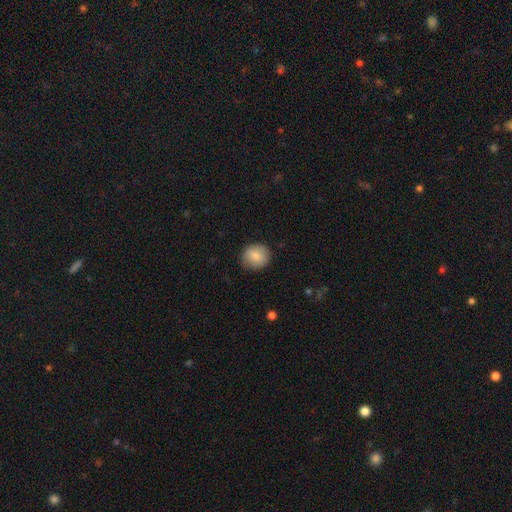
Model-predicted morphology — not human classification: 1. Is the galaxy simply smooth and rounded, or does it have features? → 84% smooth, 9% featured or disk, 8% star or artifact.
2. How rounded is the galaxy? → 83% round, 16% in between, 1% cigar-shaped.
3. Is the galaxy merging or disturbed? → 85% none, 12% minor disturbance, 3% major disturbance, 1% merger.